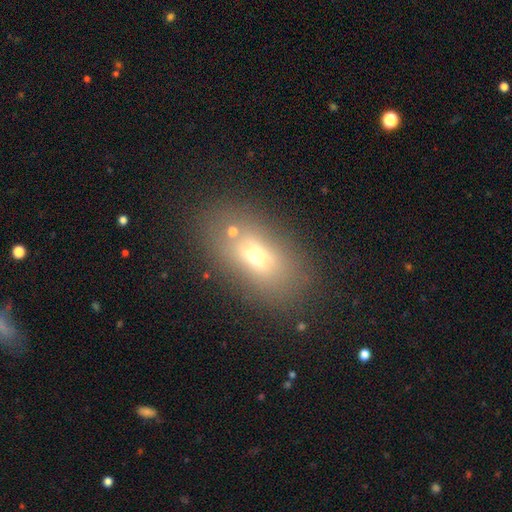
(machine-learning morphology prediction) Overall: smooth (61%; featured or disk 21%). How rounded: in between (79%). Merging: none (70%).